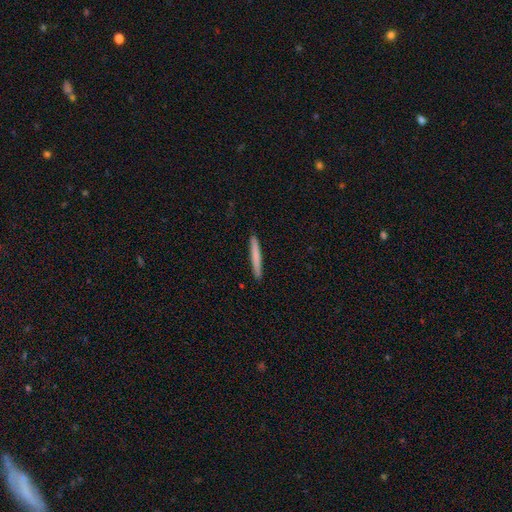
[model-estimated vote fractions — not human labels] smooth-or-featured: smooth: 72% | featured or disk: 23% | star or artifact: 5%
  how-rounded: cigar-shaped: 97% | in between: 2% | round: 1%
  merging: none: 92% | minor disturbance: 6% | major disturbance: 1% | merger: 1%